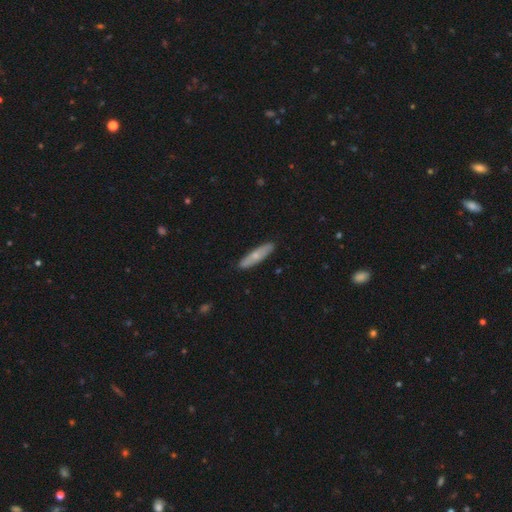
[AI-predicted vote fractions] Smooth or featured: smooth — 60% (featured or disk — 35%)
How rounded: cigar-shaped — 76% (in between — 22%)
Merging: none — 88% (minor disturbance — 9%)